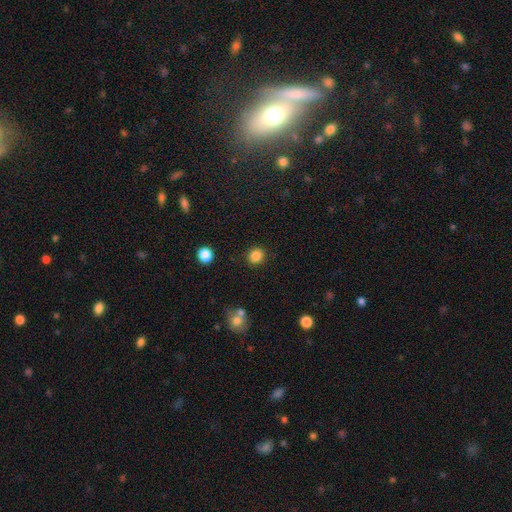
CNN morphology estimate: smooth_or_featured: smooth (p=0.85) [alt: star or artifact p=0.11]
how_rounded: round (p=0.83) [alt: in between p=0.16]
merging: none (p=0.87) [alt: minor disturbance p=0.07]